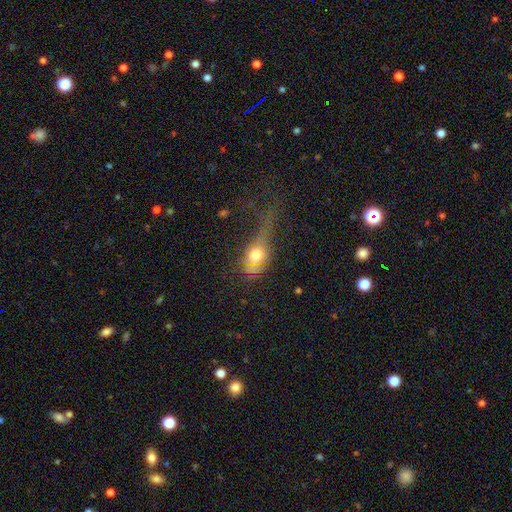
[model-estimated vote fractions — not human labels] Q: Smooth or featured?
A: smooth (59%); runner-up: featured or disk (23%)
Q: How rounded?
A: in between (50%); runner-up: round (39%)
Q: Merging?
A: major disturbance (47%); runner-up: none (26%)